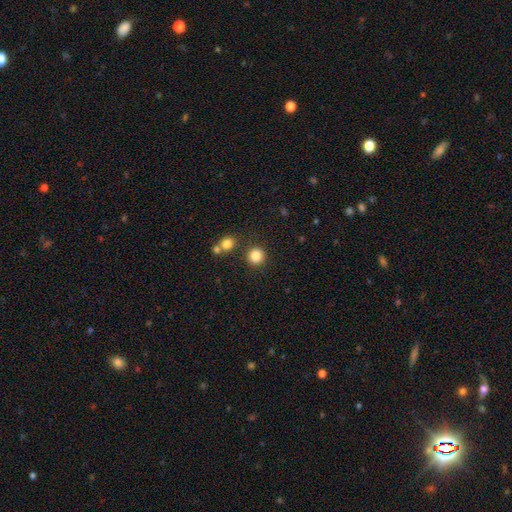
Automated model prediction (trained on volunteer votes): Smooth or featured?
  - smooth: 85% *
  - star or artifact: 11%
  - featured or disk: 4%
How rounded?
  - round: 91% *
  - in between: 8%
  - cigar-shaped: 1%
Merging?
  - none: 84% *
  - minor disturbance: 7%
  - merger: 6%
  - major disturbance: 3%